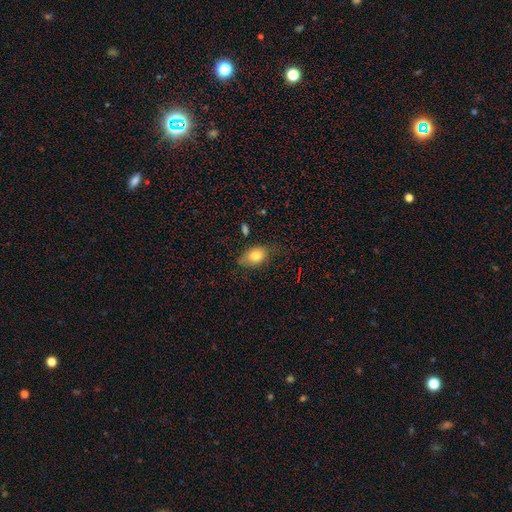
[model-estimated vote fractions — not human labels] The model was most divided on "merging": none: 65%, minor disturbance: 26%, major disturbance: 6%, merger: 2%. More confident: how rounded — in between (82%); smooth or featured — smooth (79%).